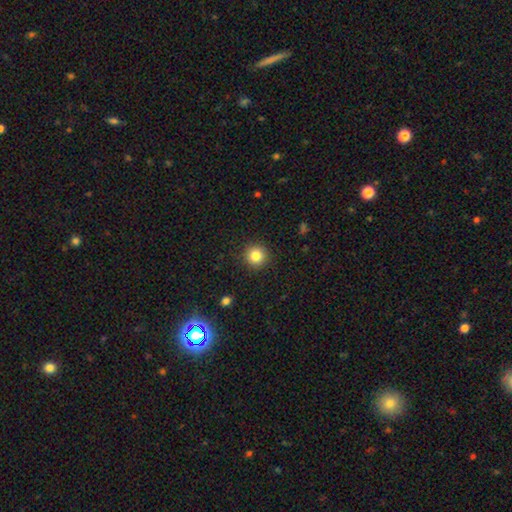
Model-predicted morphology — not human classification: Q: Smooth or featured?
A: smooth (83%); runner-up: star or artifact (12%)
Q: How rounded?
A: round (95%); runner-up: in between (4%)
Q: Merging?
A: none (92%); runner-up: minor disturbance (5%)